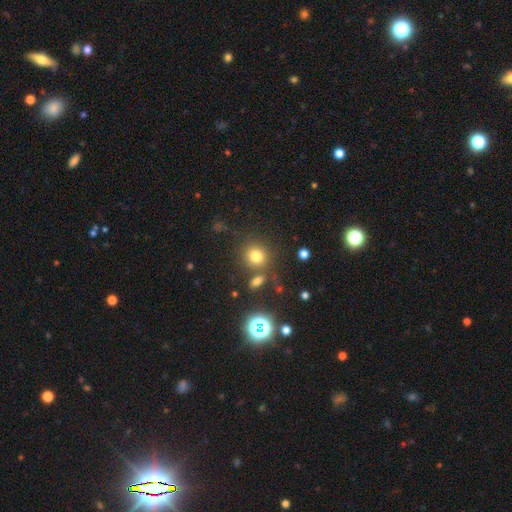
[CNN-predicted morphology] smooth_or_featured: smooth (p=0.76) [alt: star or artifact p=0.17]
how_rounded: round (p=0.80) [alt: in between p=0.18]
merging: none (p=0.71) [alt: merger p=0.14]